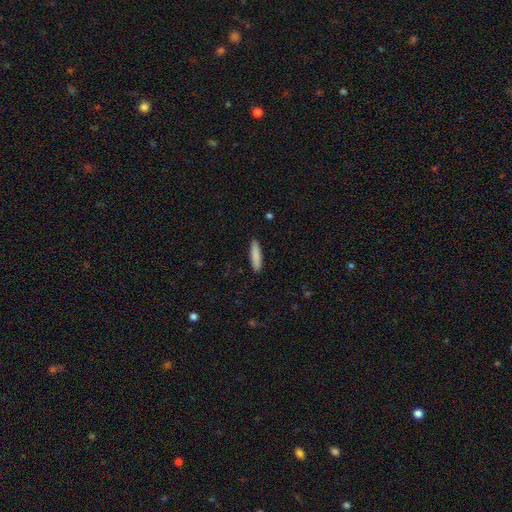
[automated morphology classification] smooth_or_featured: smooth (p=0.85) [alt: featured or disk p=0.09]
how_rounded: cigar-shaped (p=0.81) [alt: in between p=0.18]
merging: none (p=0.89) [alt: minor disturbance p=0.08]